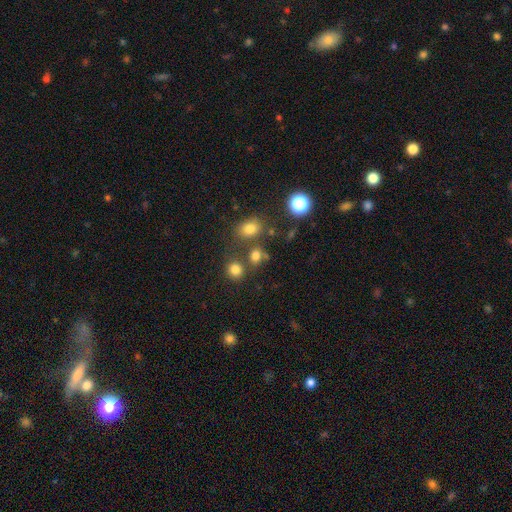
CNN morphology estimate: Q: Smooth or featured?
A: smooth (75%); runner-up: star or artifact (18%)
Q: How rounded?
A: round (61%); runner-up: in between (38%)
Q: Merging?
A: none (65%); runner-up: merger (18%)